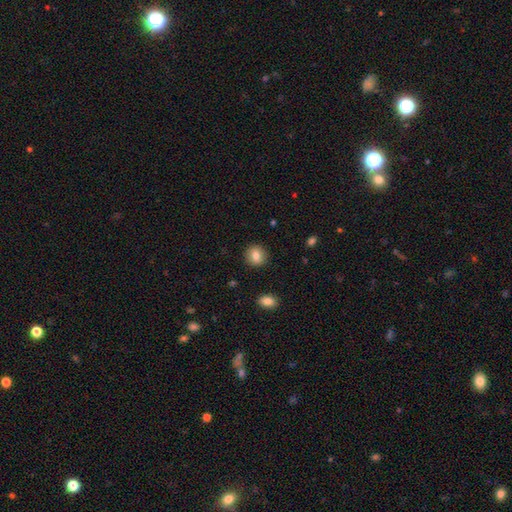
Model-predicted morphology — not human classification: Smooth or featured? Predicted: smooth (p=0.82). How rounded? Predicted: round (p=0.86). Merging? Predicted: none (p=0.91).